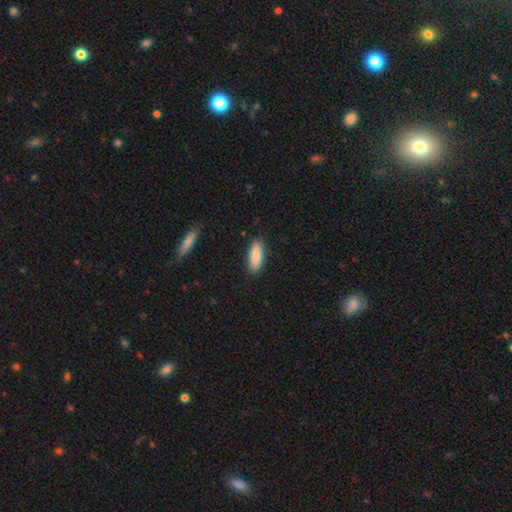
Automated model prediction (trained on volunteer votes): A smooth galaxy with no disk features (87%) that is in between round and cigar-shaped (66%).

Vote fractions:
- Smooth or featured? smooth: 87% / featured or disk: 8% / star or artifact: 6%
- How rounded? in between: 66% / cigar-shaped: 33% / round: 2%
- Merging? none: 87% / minor disturbance: 9% / major disturbance: 2% / merger: 1%